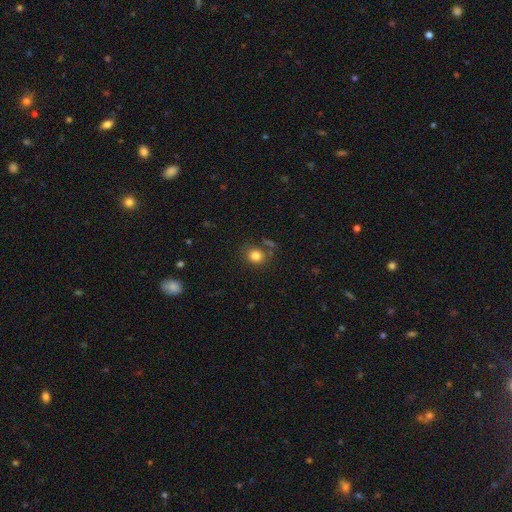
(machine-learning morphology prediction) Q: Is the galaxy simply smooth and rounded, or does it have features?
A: smooth — 82%.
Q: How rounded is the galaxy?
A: round — 75%.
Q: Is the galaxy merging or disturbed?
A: none — 74%.